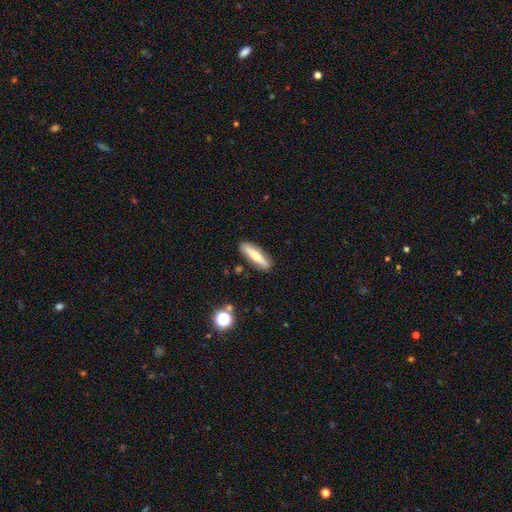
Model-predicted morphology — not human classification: smooth_or_featured: smooth (p=0.63) [alt: featured or disk p=0.31]
how_rounded: cigar-shaped (p=0.76) [alt: in between p=0.22]
merging: none (p=0.87) [alt: minor disturbance p=0.09]